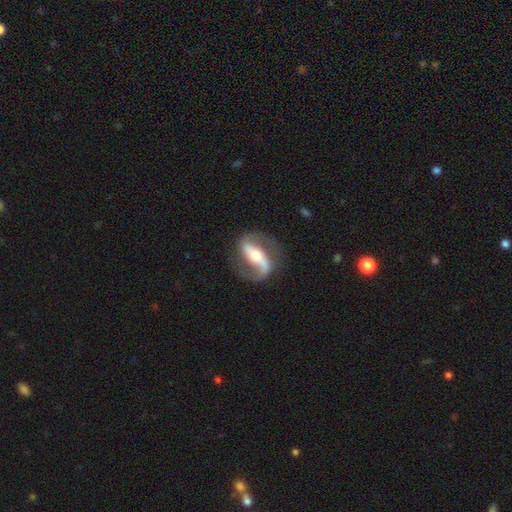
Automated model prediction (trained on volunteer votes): Overall: featured or disk (87%). Edge-on disk: no (94%). Bar: strong (60%; weak 22%). Spiral arms: yes (94%). Spiral arm count: 2 (90%). Spiral winding: medium (44%; loose 39%). Bulge size: moderate (59%; small 31%). Merging: none (80%).